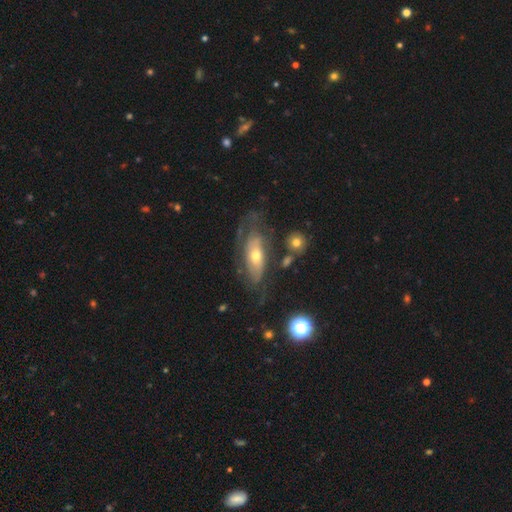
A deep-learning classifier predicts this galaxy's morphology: Smooth or featured? featured or disk (65%)
Edge-on disk? no (83%)
Bar? no (78%)
Spiral arms? yes (64%)
Bulge size? moderate (59%)
Merging? none (47%)